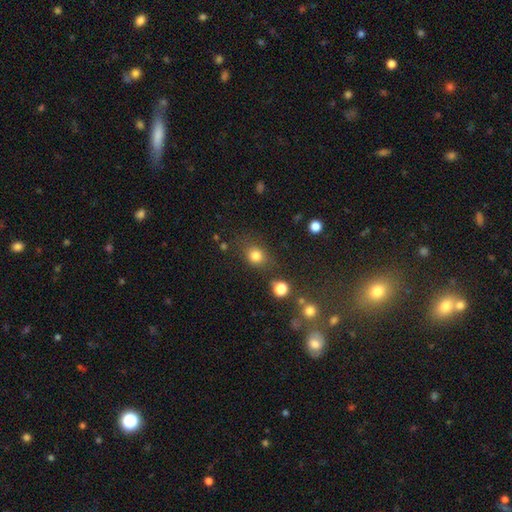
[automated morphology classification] smooth 80%, star or artifact 14%, featured or disk 6%. Down the decision tree: how rounded — round (68%); merging — none (72%).